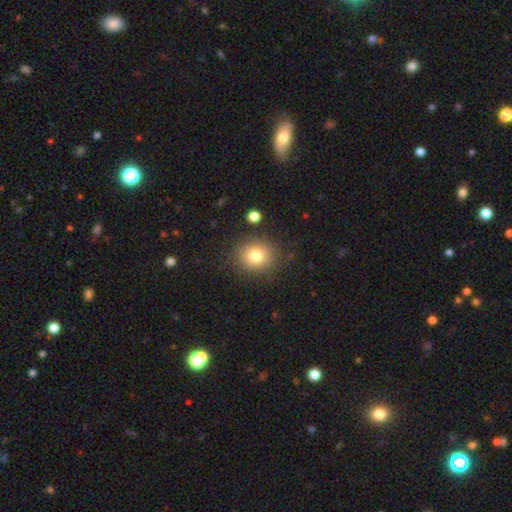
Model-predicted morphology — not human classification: smooth-or-featured: smooth: 78% | star or artifact: 12% | featured or disk: 10%
  how-rounded: round: 78% | in between: 21% | cigar-shaped: 1%
  merging: none: 85% | minor disturbance: 9% | major disturbance: 4% | merger: 3%